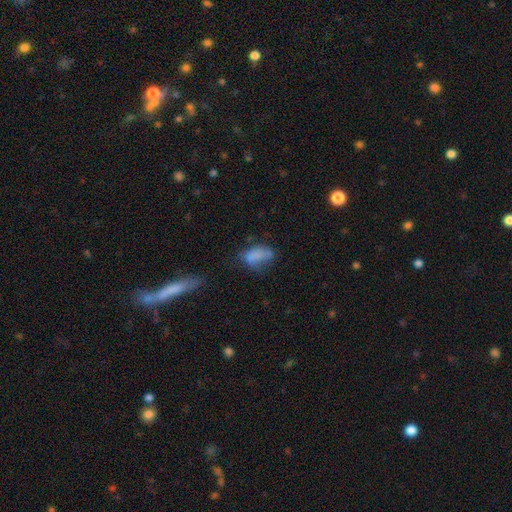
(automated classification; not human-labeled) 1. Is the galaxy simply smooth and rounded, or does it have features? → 72% smooth, 16% featured or disk, 12% star or artifact.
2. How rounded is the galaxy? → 89% in between, 7% round, 5% cigar-shaped.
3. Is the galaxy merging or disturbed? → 36% none, 31% minor disturbance, 25% major disturbance, 8% merger.